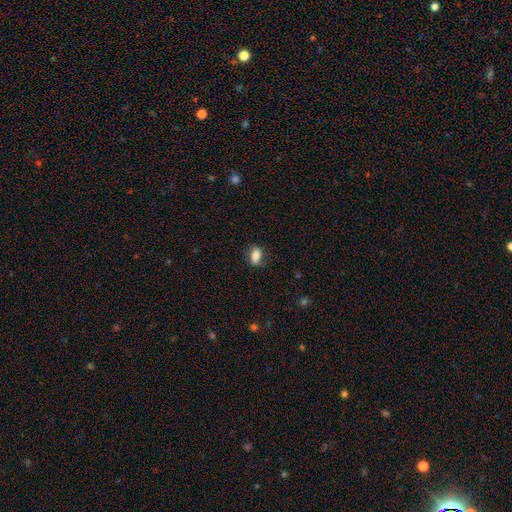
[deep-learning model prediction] smooth-or-featured: smooth: 73% | featured or disk: 18% | star or artifact: 9%
  how-rounded: in between: 83% | round: 9% | cigar-shaped: 8%
  merging: none: 70% | minor disturbance: 21% | major disturbance: 7% | merger: 2%